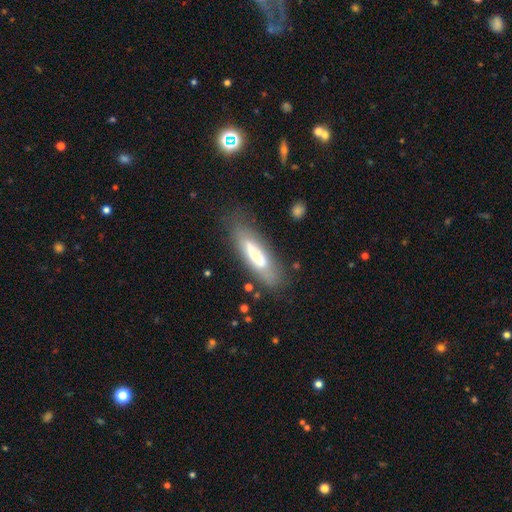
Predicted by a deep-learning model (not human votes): smooth 49%, featured or disk 44%, star or artifact 7%. Down the decision tree: merging — none (66%).